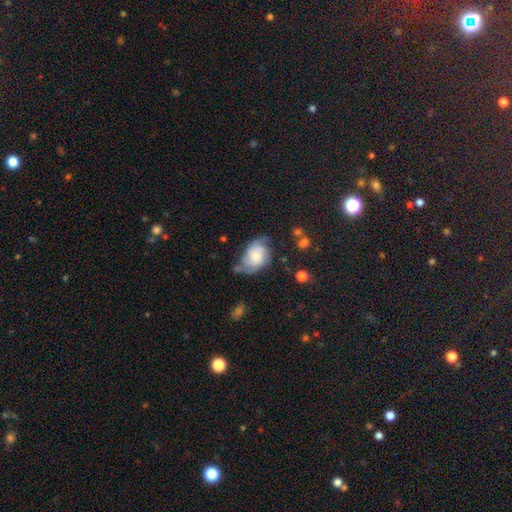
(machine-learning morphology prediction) type=featured or disk (53%); edge-on=no (97%); bar=no (70%); spiral arms=yes (87%); bulge=moderate (28%); merging=none (43%).